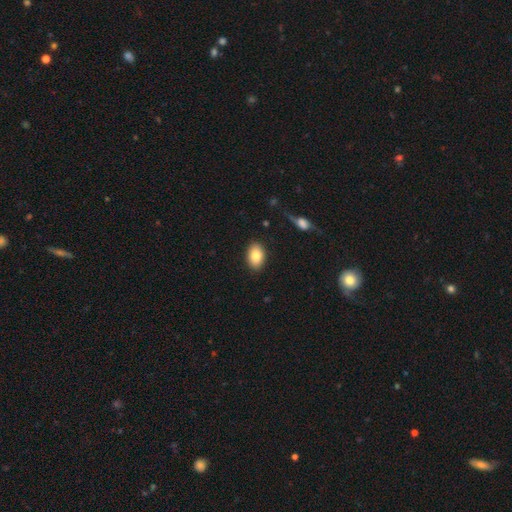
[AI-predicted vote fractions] Smooth or featured?
  - smooth: 82% *
  - featured or disk: 11%
  - star or artifact: 7%
How rounded?
  - in between: 88% *
  - round: 11%
  - cigar-shaped: 1%
Merging?
  - none: 88% *
  - minor disturbance: 8%
  - major disturbance: 2%
  - merger: 1%